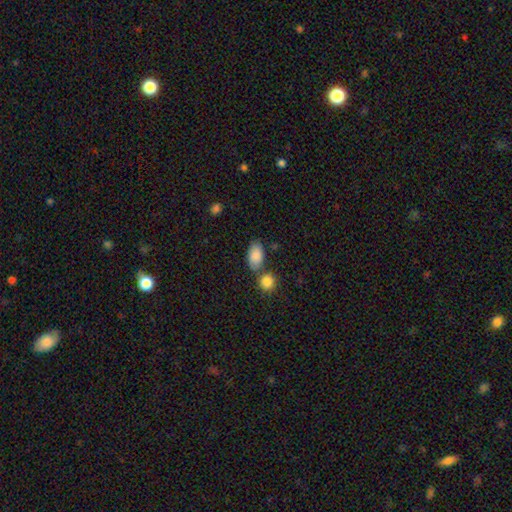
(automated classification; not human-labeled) smooth 87%, star or artifact 7%, featured or disk 6%. Down the decision tree: how rounded — in between (92%); merging — none (61%).